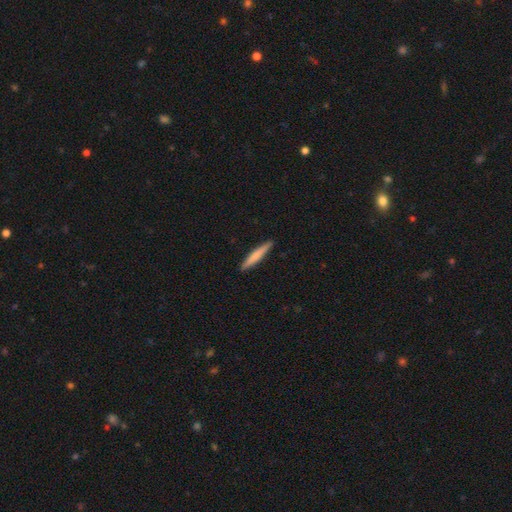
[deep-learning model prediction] smooth 68%, featured or disk 26%, star or artifact 5%. Down the decision tree: how rounded — cigar-shaped (94%); merging — none (92%).